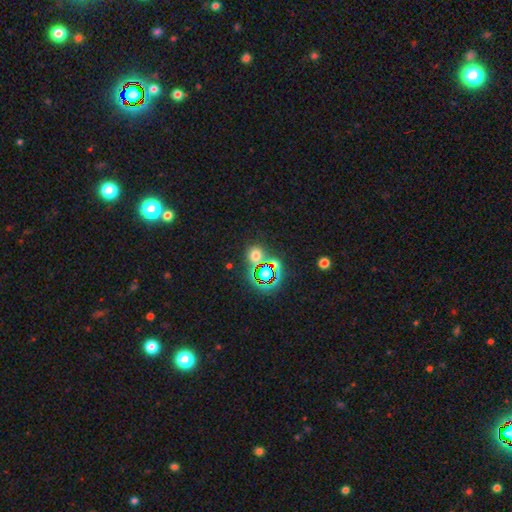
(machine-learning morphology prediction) Smooth or featured? Predicted: smooth (p=0.54). How rounded? Predicted: round (p=0.81). Merging? Predicted: none (p=0.74).